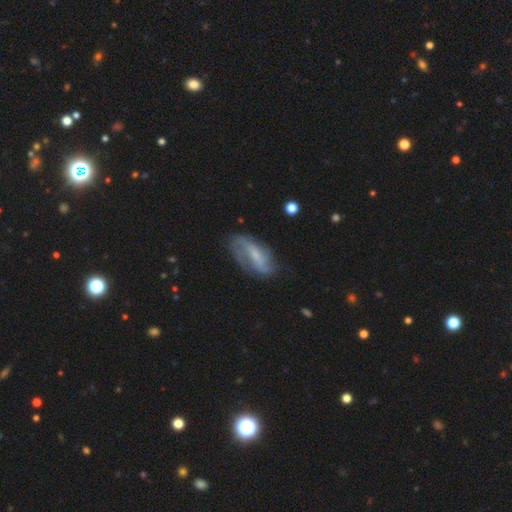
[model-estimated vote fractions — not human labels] Smooth or featured: featured or disk — 64% (smooth — 28%)
Edge-on disk: no — 91% (yes — 9%)
Bar: weak — 44% (no — 31%)
Spiral arms: yes — 83% (no — 17%)
Bulge size: small — 50% (moderate — 24%)
Merging: none — 61% (minor disturbance — 24%)